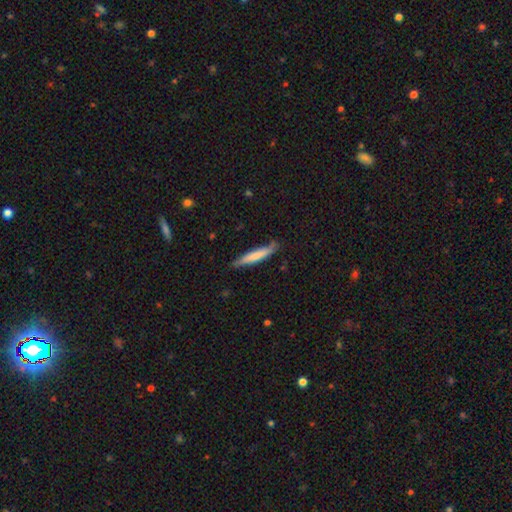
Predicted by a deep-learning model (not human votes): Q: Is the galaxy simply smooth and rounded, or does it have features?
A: smooth — 69%.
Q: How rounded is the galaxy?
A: cigar-shaped — 91%.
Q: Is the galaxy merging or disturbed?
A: none — 76%.